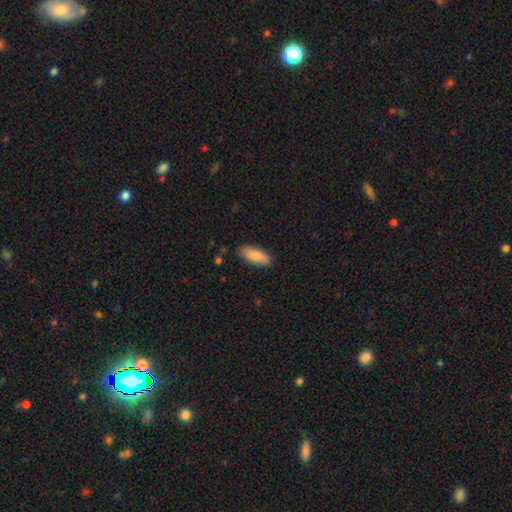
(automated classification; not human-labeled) Morphology: type=smooth (88%); roundness=in between (73%); merging=none (86%).